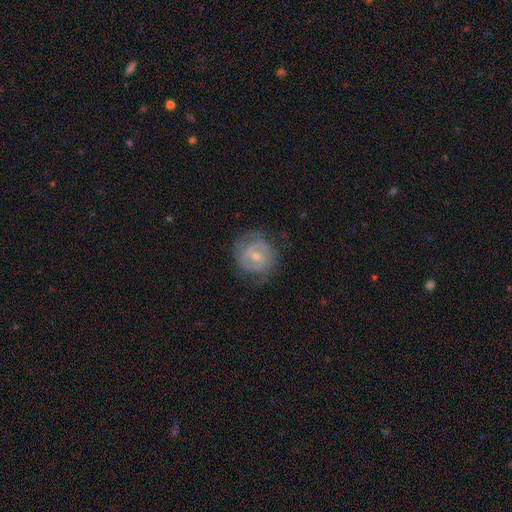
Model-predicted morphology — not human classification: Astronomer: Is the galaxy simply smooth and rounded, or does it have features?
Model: featured or disk — 80%.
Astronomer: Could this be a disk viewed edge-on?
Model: no — 98%.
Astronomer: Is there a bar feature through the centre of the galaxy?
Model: no — 51% (runner-up: weak, 39%).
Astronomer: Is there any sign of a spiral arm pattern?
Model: yes — 92%.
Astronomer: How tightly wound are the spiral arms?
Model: tight — 56% (runner-up: medium, 35%).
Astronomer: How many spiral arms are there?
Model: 2 — 67%.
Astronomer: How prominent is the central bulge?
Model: small — 55% (runner-up: moderate, 42%).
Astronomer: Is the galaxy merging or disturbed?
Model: none — 73%.